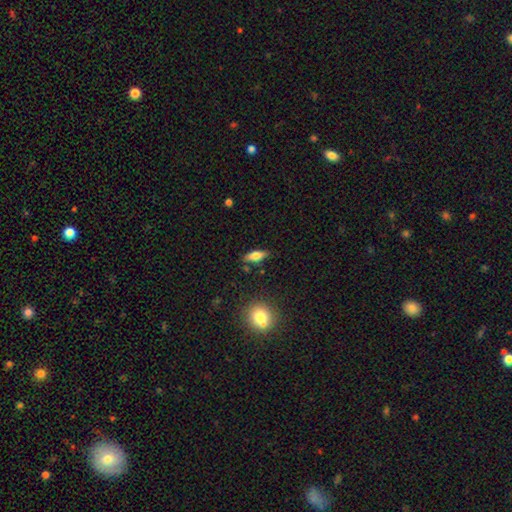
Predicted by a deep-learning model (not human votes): Q: Smooth or featured?
A: smooth (66%); runner-up: featured or disk (27%)
Q: How rounded?
A: in between (64%); runner-up: cigar-shaped (32%)
Q: Merging?
A: none (84%); runner-up: minor disturbance (11%)